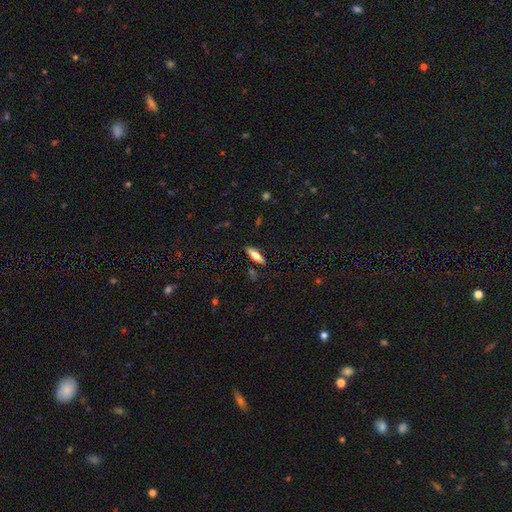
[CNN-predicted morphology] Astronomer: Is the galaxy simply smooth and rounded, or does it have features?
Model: smooth — 53% (runner-up: featured or disk, 40%).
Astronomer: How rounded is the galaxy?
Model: in between — 53% (runner-up: cigar-shaped, 45%).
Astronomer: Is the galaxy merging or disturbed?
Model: none — 86%.